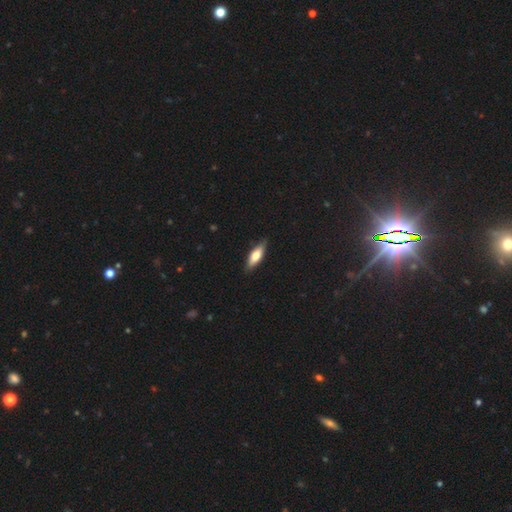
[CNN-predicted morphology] A smooth galaxy with no disk features (60%) that is in between round and cigar-shaped (54%). Merging: none (86%).